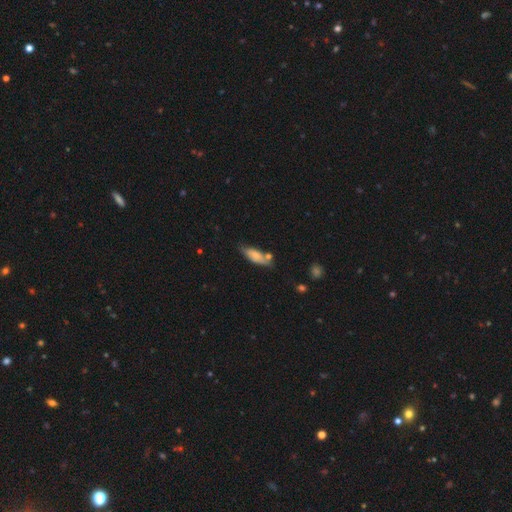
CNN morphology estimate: The model was most divided on "how rounded": in between: 60%, cigar-shaped: 38%, round: 2%. More confident: smooth or featured — smooth (70%); merging — none (56%).